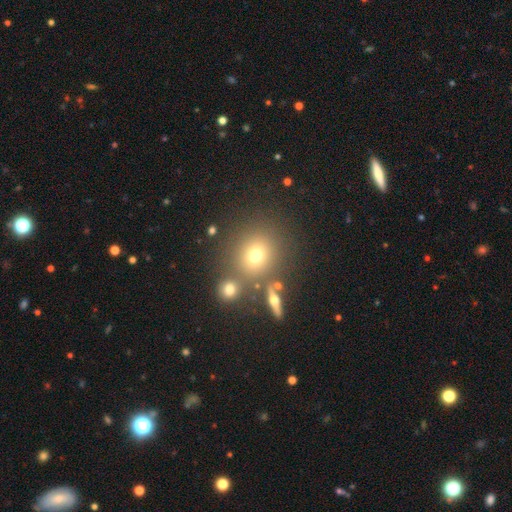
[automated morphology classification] Smooth or featured? smooth (68%)
How rounded? round (82%)
Merging? none (72%)